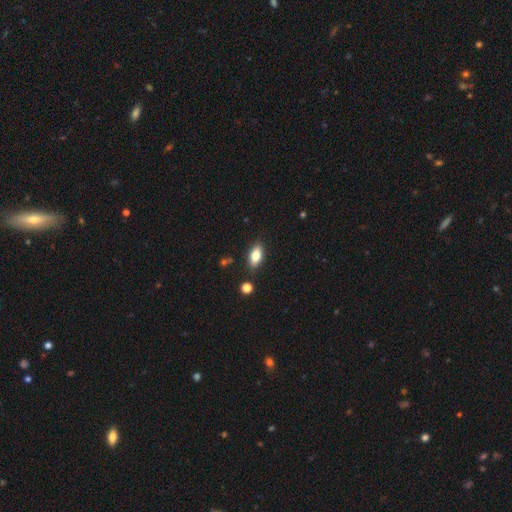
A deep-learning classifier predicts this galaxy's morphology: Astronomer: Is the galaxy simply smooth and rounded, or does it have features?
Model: smooth — 76%.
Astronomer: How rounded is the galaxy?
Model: in between — 85%.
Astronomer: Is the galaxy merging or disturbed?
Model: none — 84%.